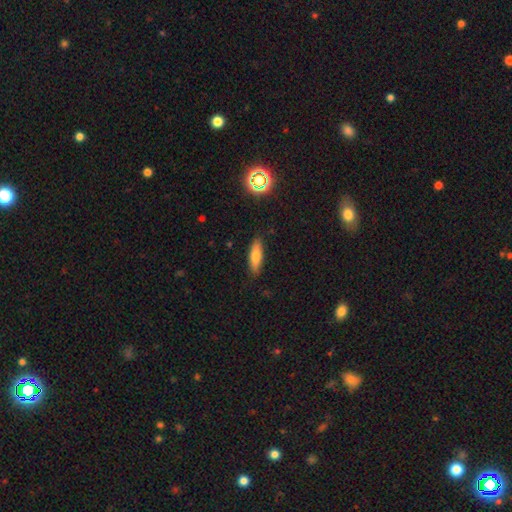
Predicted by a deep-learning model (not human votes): Overall: smooth (71%). How rounded: cigar-shaped (51%; in between 46%). Merging: none (87%).